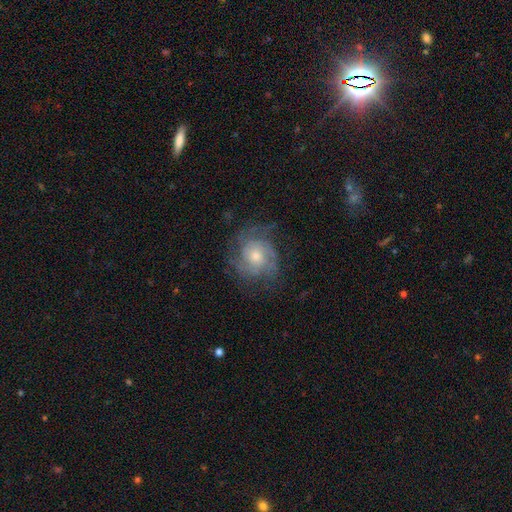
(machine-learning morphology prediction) Smooth or featured? Predicted: featured or disk (p=0.73). Edge-on disk? Predicted: no (p=0.97). Bar? Predicted: no (p=0.78). Spiral arms? Predicted: yes (p=0.90). Spiral winding? Predicted: tight (p=0.56). Spiral arm count? Predicted: can't tell (p=0.35). Bulge size? Predicted: moderate (p=0.59). Merging? Predicted: none (p=0.70).